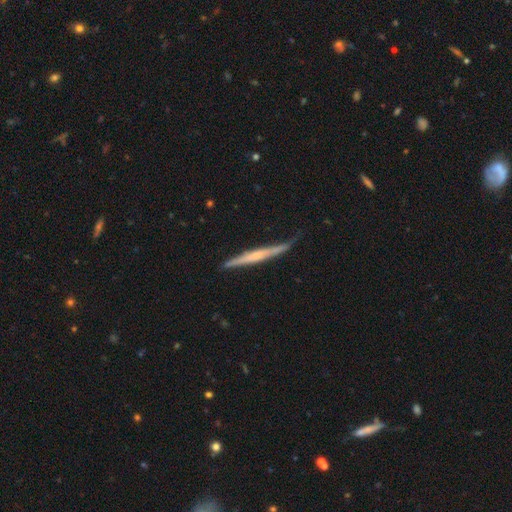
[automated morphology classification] This appears to be a featured or disk galaxy (59%) viewed edge-on (96%) with no central bulge (51%). Merging: none (69%).